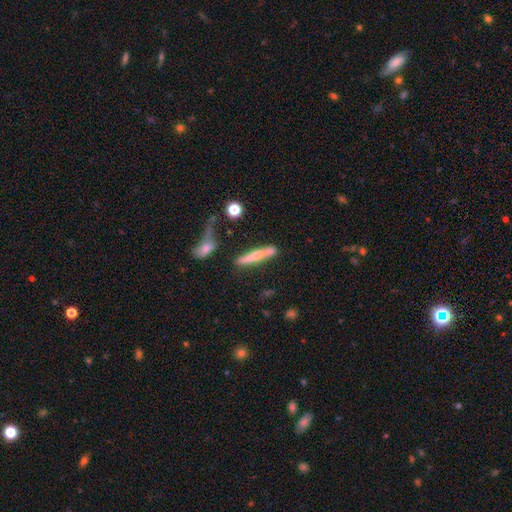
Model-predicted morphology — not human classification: Smooth or featured? smooth (52%)
How rounded? cigar-shaped (89%)
Merging? none (62%)